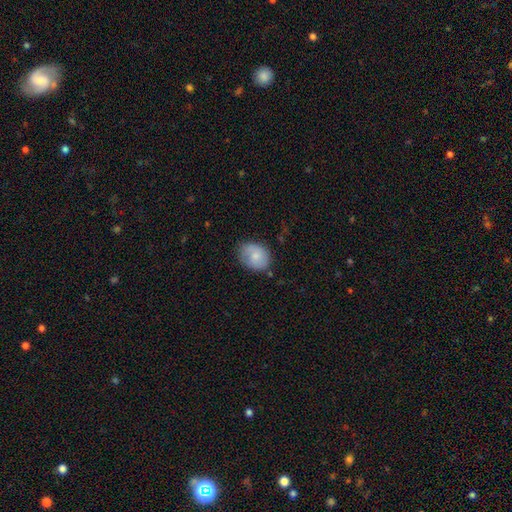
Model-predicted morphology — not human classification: smooth-or-featured: smooth: 77% | featured or disk: 16% | star or artifact: 7%
  how-rounded: in between: 60% | round: 39% | cigar-shaped: 1%
  merging: none: 67% | minor disturbance: 25% | major disturbance: 6% | merger: 3%